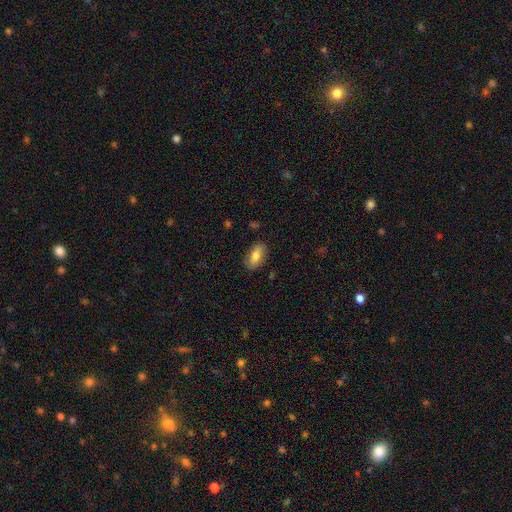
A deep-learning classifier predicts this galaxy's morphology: Smooth or featured? Predicted: smooth (p=0.81). How rounded? Predicted: in between (p=0.90). Merging? Predicted: none (p=0.85).